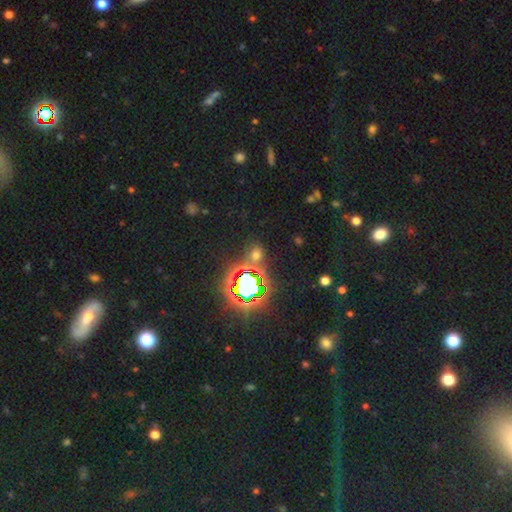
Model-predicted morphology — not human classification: A star or artifact, not a galaxy (50%).